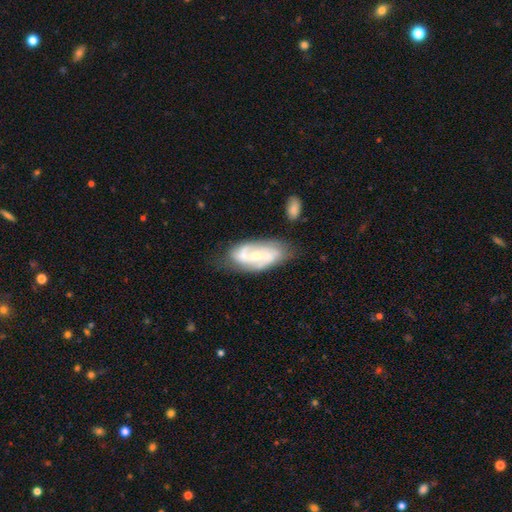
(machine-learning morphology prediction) featured or disk 78%, smooth 16%, star or artifact 6%. Down the decision tree: edge-on disk — no (94%); bar — no (44%); spiral arms — yes (92%); spiral arm count — 2 (75%); spiral winding — medium (46%); bulge size — small (58%); merging — none (69%).